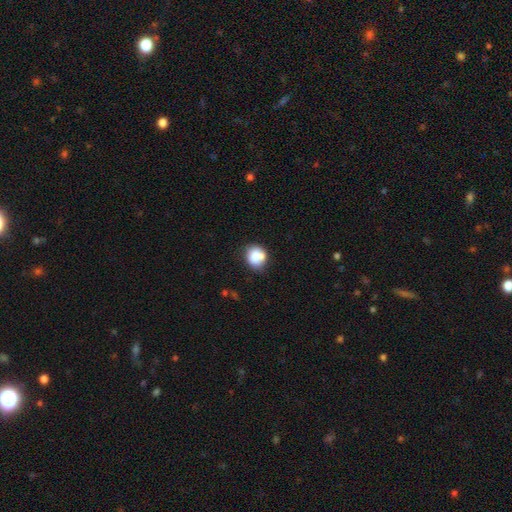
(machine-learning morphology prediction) The model was most divided on "merging": none: 53%, merger: 25%, minor disturbance: 17%, major disturbance: 5%. More confident: smooth or featured — smooth (77%); how rounded — round (73%).